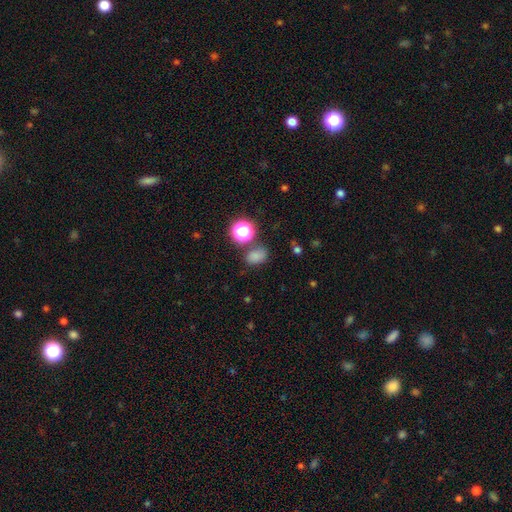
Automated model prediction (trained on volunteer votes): Smooth or featured?
  - smooth: 73% *
  - star or artifact: 20%
  - featured or disk: 7%
How rounded?
  - in between: 65% *
  - round: 34%
  - cigar-shaped: 1%
Merging?
  - none: 67% *
  - minor disturbance: 17%
  - merger: 10%
  - major disturbance: 6%